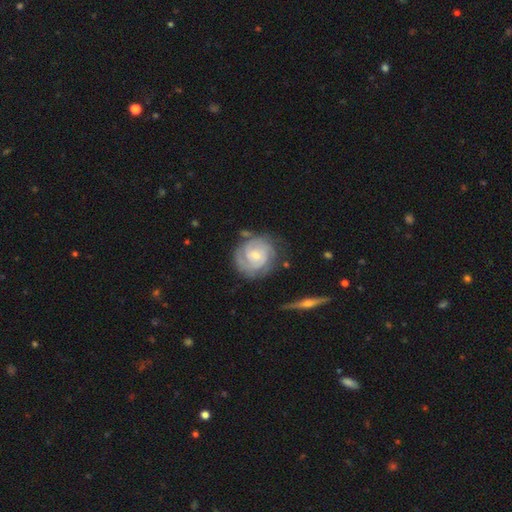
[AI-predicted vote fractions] Overall: featured or disk (83%). Edge-on disk: no (98%). Bar: no (58%; weak 36%). Spiral arms: yes (96%). Spiral arm count: 2 (38%; can't tell 26%). Spiral winding: tight (72%). Bulge size: small (64%; moderate 31%). Merging: none (71%).